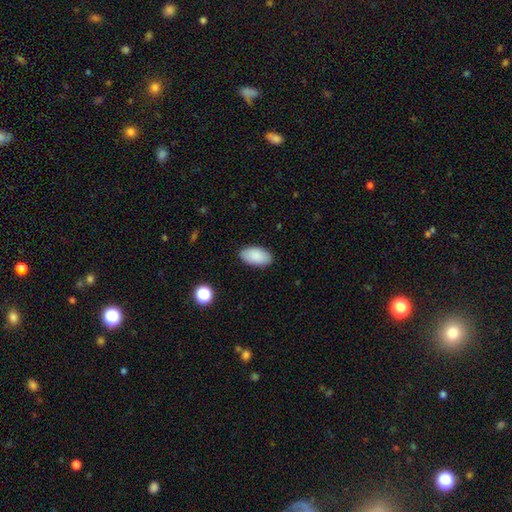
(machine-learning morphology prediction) The model was most divided on "merging": none: 88%, minor disturbance: 9%, major disturbance: 2%, merger: 1%. More confident: how rounded — in between (95%); smooth or featured — smooth (89%).